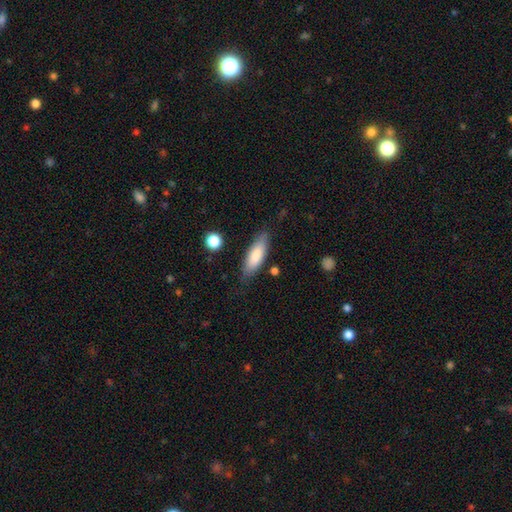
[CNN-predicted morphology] A smooth galaxy with no disk features (81%) that is in between round and cigar-shaped (58%). Merging: none (79%).